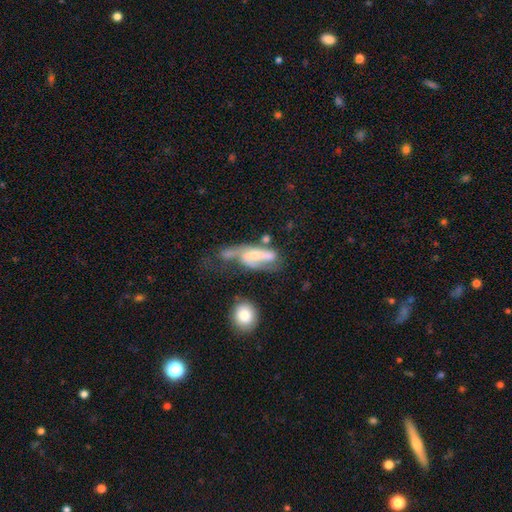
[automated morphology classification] This is likely a featured or disk galaxy (62%). It is clearly not viewed edge-on (87%). Bar: marginally no (38%). Spiral arm pattern: likely yes (75%). Central bulge: marginally small (44%). Merging: marginally major disturbance (35%).